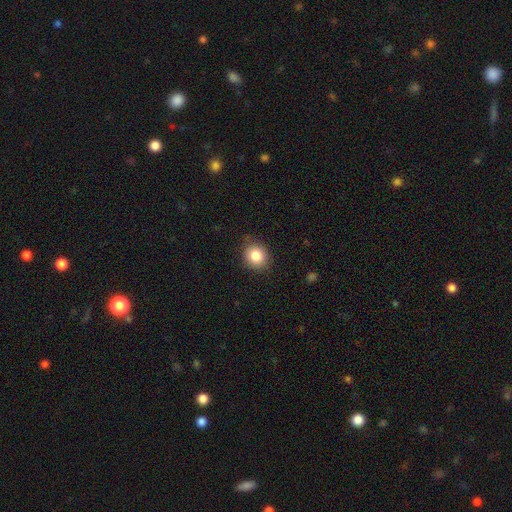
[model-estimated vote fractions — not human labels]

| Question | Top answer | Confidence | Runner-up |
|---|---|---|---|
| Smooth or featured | smooth | 85% | star or artifact (9%) |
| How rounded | round | 73% | in between (26%) |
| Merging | none | 83% | minor disturbance (13%) |